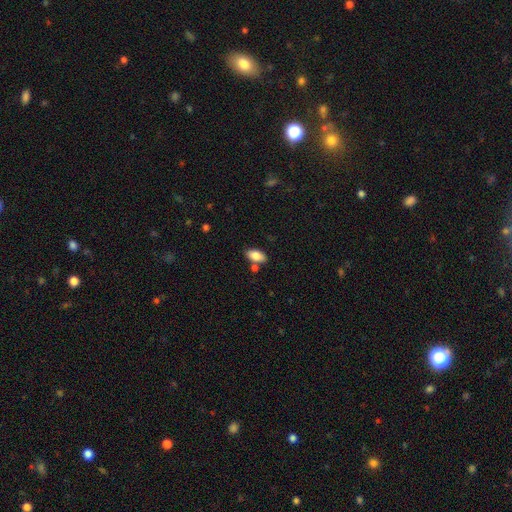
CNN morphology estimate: type=smooth (83%); roundness=in between (92%); merging=none (75%).